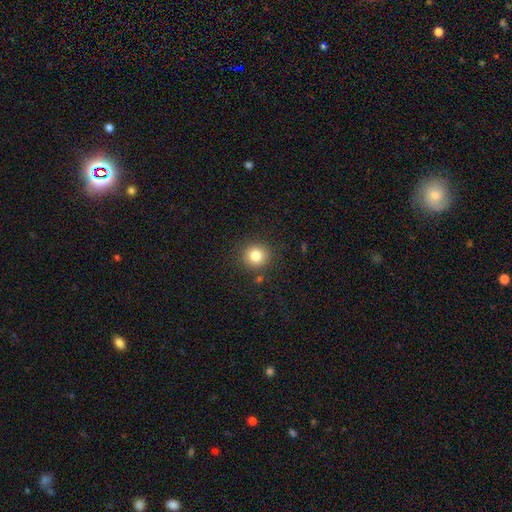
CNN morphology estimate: Smooth or featured?
  - smooth: 82% *
  - star or artifact: 11%
  - featured or disk: 6%
How rounded?
  - round: 89% *
  - in between: 10%
  - cigar-shaped: 1%
Merging?
  - none: 88% *
  - minor disturbance: 8%
  - major disturbance: 3%
  - merger: 2%